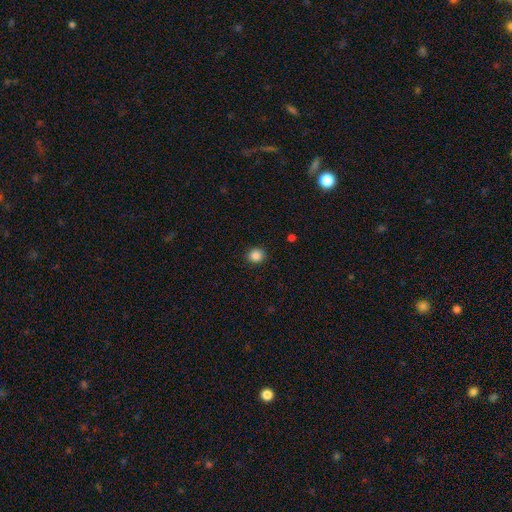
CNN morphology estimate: A smooth galaxy with no disk features (86%) that is round (85%).

Vote fractions:
- Smooth or featured? smooth: 86% / star or artifact: 10% / featured or disk: 4%
- How rounded? round: 85% / in between: 14% / cigar-shaped: 1%
- Merging? none: 91% / minor disturbance: 6% / major disturbance: 2% / merger: 1%